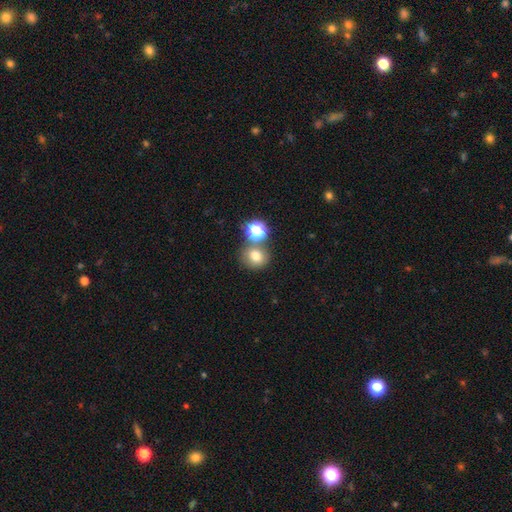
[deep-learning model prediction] This is likely a smooth galaxy (73%). How rounded: likely round (75%). Merging: likely none (64%).